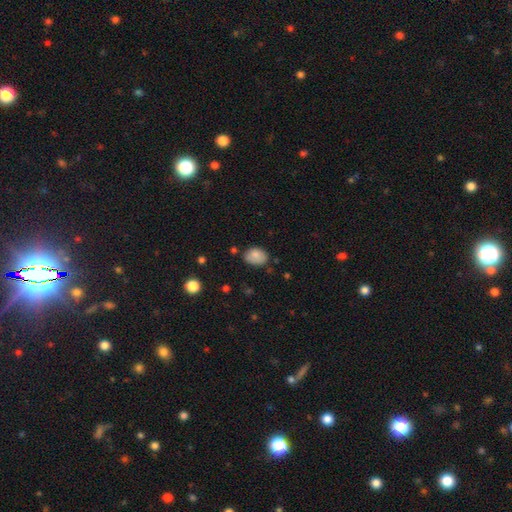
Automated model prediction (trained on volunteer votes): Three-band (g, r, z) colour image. It shows a smooth galaxy with no disk features (83%) that is in between round and cigar-shaped (76%). Merging: none (68%).